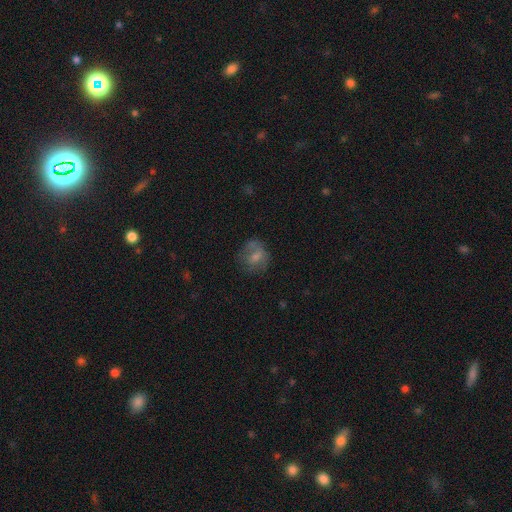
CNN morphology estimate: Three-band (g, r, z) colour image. It shows a smooth galaxy with no disk features (62%) that is round (66%). Merging: none (53%).